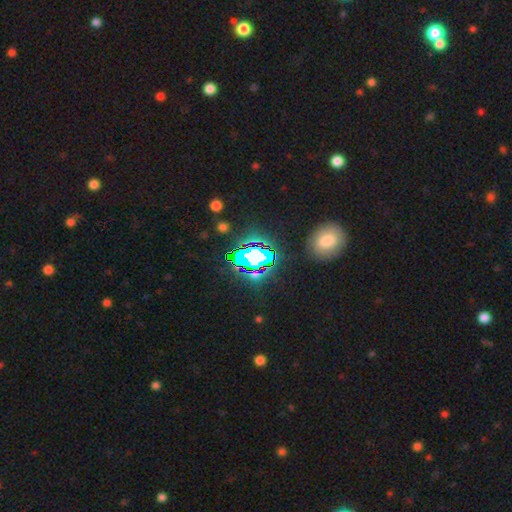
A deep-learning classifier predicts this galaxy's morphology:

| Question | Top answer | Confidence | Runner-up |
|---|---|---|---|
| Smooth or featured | star or artifact | 65% | smooth (20%) |